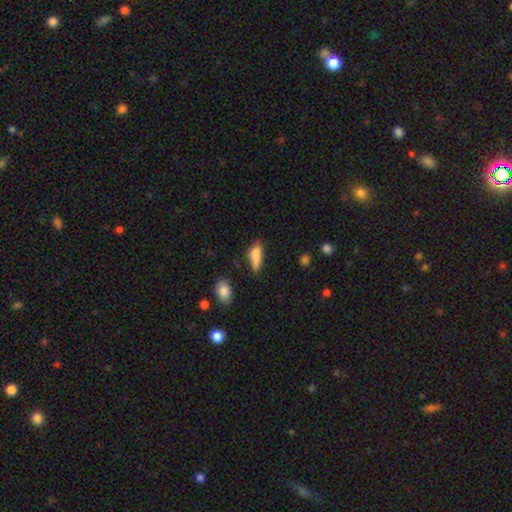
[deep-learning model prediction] A smooth galaxy with no disk features (82%) that is in between round and cigar-shaped (64%). Merging: none (49%).